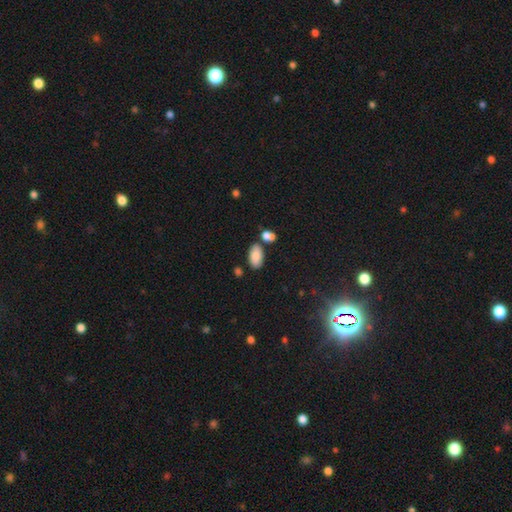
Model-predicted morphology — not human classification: Smooth or featured? Predicted: smooth (p=0.86). How rounded? Predicted: in between (p=0.95). Merging? Predicted: none (p=0.70).